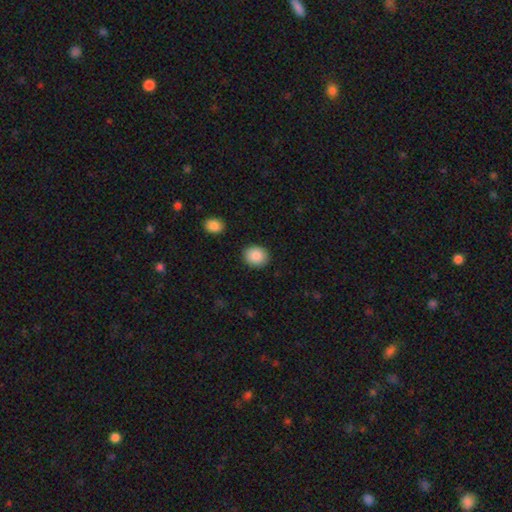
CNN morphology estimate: Overall: smooth (89%). How rounded: round (71%). Merging: none (89%).